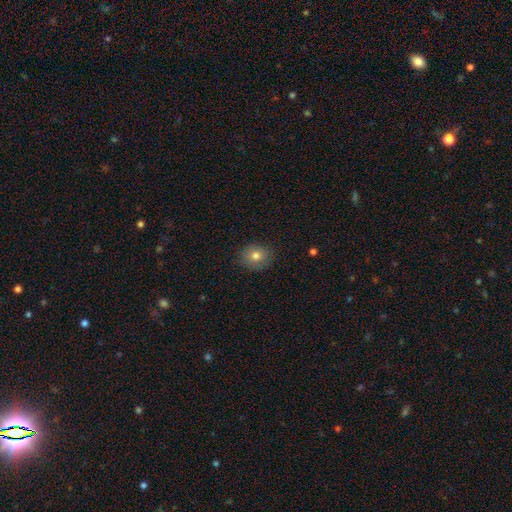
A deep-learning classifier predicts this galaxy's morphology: Smooth or featured: smooth — 77% (featured or disk — 13%)
How rounded: round — 71% (in between — 28%)
Merging: none — 83% (minor disturbance — 13%)